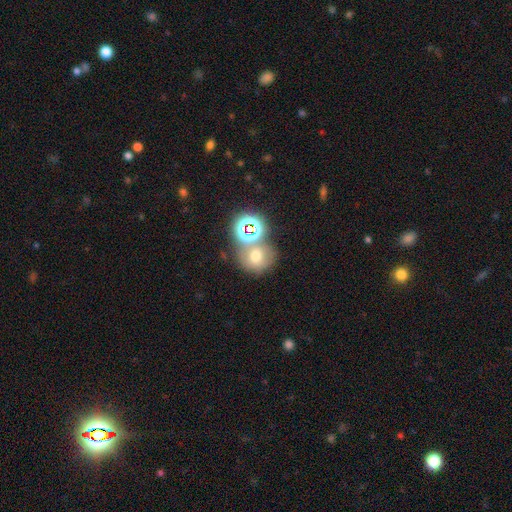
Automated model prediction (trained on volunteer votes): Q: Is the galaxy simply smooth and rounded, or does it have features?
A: smooth — 59%.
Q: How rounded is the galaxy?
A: round — 78%.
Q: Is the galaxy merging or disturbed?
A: none — 48%.